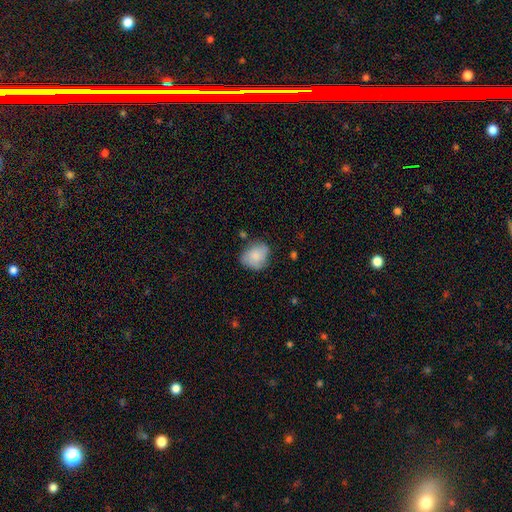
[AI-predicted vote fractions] Overall: smooth (77%). How rounded: round (50%; in between 49%). Merging: none (60%; minor disturbance 29%).